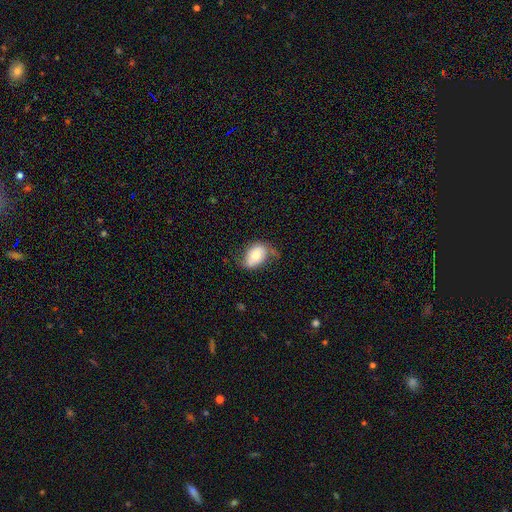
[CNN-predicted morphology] smooth-or-featured: smooth: 64% | featured or disk: 28% | star or artifact: 8%
  how-rounded: in between: 85% | round: 14% | cigar-shaped: 1%
  merging: none: 55% | minor disturbance: 32% | major disturbance: 11% | merger: 2%